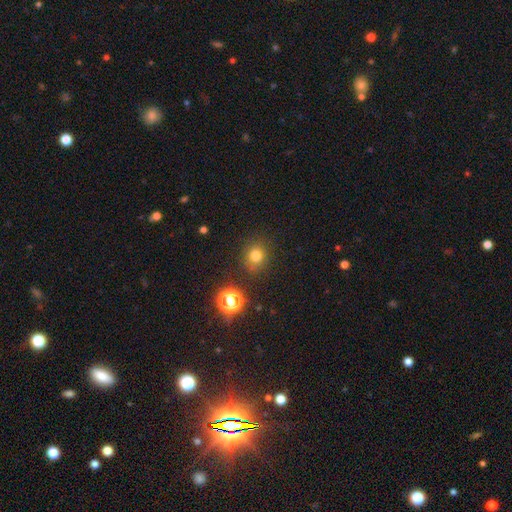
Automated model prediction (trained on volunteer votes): Smooth or featured? Predicted: smooth (p=0.77). How rounded? Predicted: round (p=0.85). Merging? Predicted: none (p=0.86).